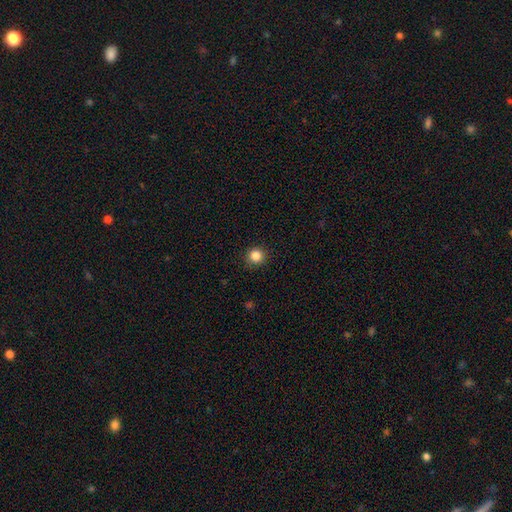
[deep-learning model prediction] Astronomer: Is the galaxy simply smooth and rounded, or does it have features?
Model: smooth — 85%.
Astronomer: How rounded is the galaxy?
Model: round — 94%.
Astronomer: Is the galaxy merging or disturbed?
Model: none — 90%.